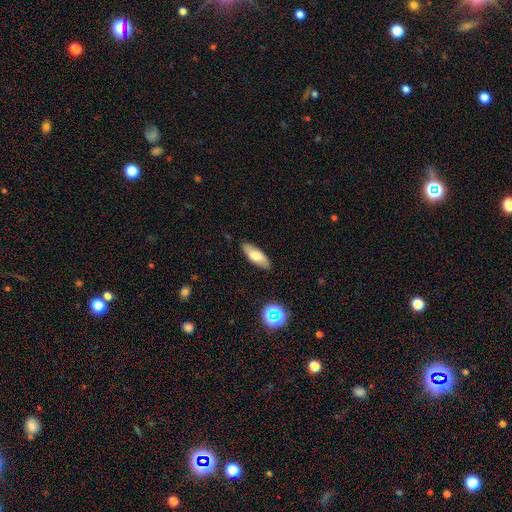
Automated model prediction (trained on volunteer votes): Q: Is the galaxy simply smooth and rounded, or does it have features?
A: smooth — 70%.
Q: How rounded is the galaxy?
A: in between — 74%.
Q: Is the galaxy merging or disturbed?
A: none — 84%.